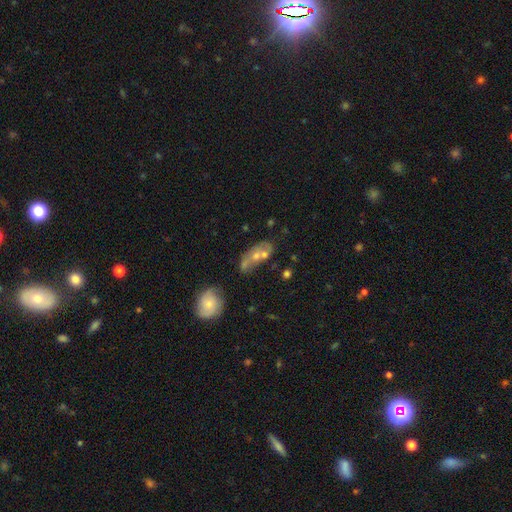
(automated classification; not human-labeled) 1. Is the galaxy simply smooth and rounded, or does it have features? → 47% featured or disk, 39% smooth, 14% star or artifact.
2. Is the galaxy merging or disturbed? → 36% none, 33% merger, 18% minor disturbance, 13% major disturbance.